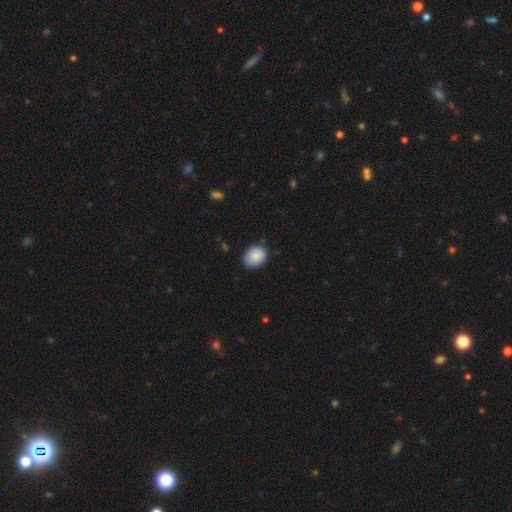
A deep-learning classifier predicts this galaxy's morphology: Smooth or featured? Predicted: smooth (p=0.86). How rounded? Predicted: round (p=0.53). Merging? Predicted: none (p=0.79).